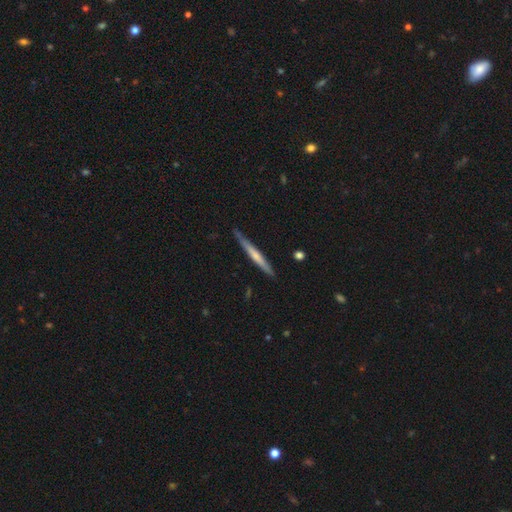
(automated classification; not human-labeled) Smooth or featured: featured or disk — 48% (smooth — 47%)
Merging: none — 83% (minor disturbance — 14%)